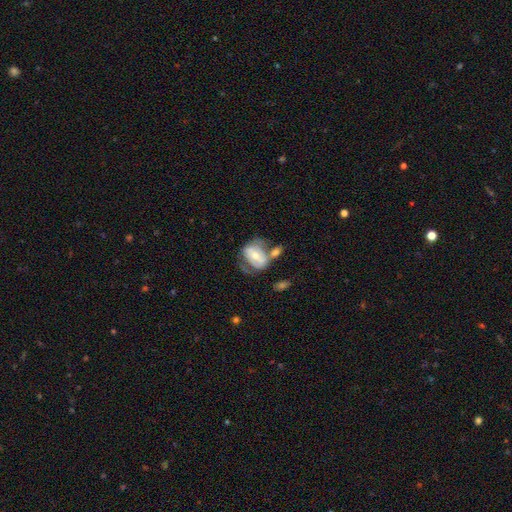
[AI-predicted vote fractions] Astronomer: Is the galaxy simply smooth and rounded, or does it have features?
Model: featured or disk — 52% (runner-up: smooth, 42%).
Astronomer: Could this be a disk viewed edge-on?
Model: no — 94%.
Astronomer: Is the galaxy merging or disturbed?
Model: merger — 32% (runner-up: none, 28%).